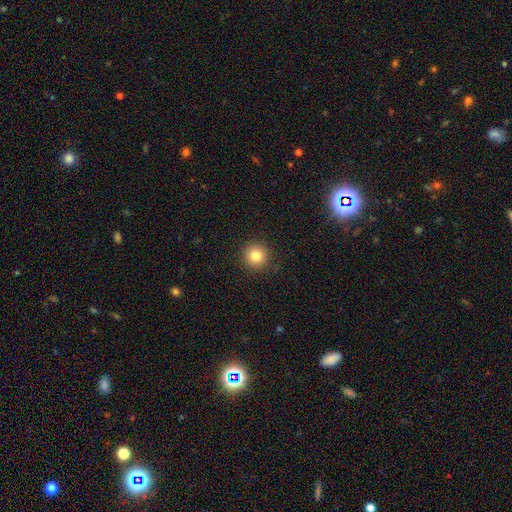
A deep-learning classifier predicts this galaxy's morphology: smooth_or_featured: smooth (p=0.82) [alt: star or artifact p=0.11]
how_rounded: round (p=0.95) [alt: in between p=0.04]
merging: none (p=0.92) [alt: minor disturbance p=0.05]